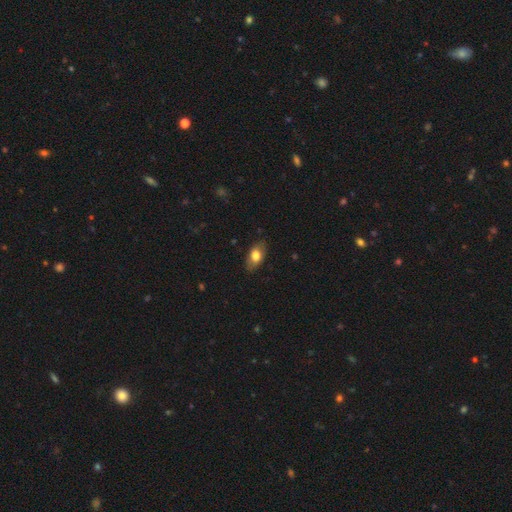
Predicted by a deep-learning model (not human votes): smooth_or_featured: smooth (p=0.76) [alt: featured or disk p=0.18]
how_rounded: in between (p=0.89) [alt: round p=0.07]
merging: none (p=0.84) [alt: minor disturbance p=0.13]